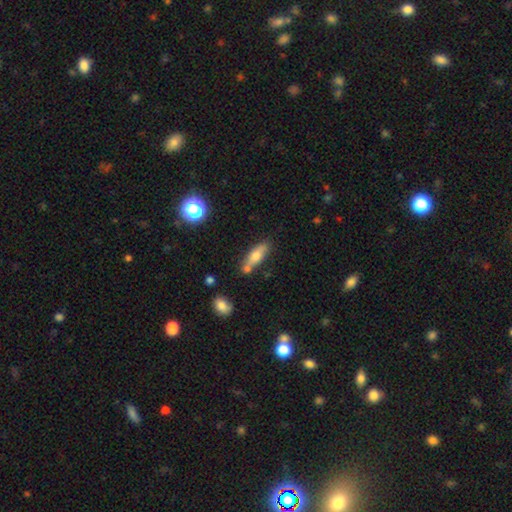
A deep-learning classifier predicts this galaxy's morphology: Overall: smooth (66%). How rounded: in between (57%; cigar-shaped 39%). Merging: none (63%).